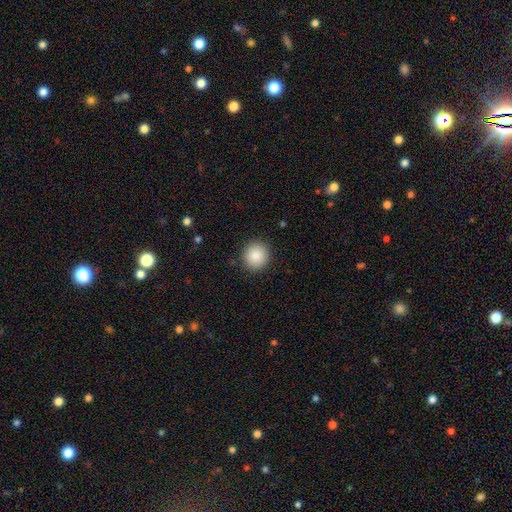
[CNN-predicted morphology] Smooth or featured? smooth (88%)
How rounded? round (90%)
Merging? none (90%)